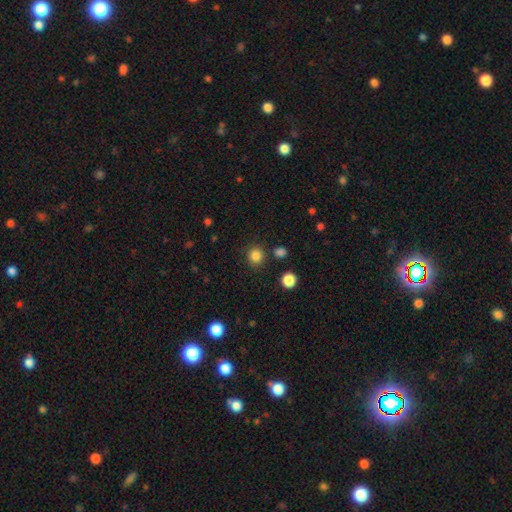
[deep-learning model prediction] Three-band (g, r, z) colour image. It shows a smooth galaxy with no disk features (84%) that is round (88%). Merging: none (86%).